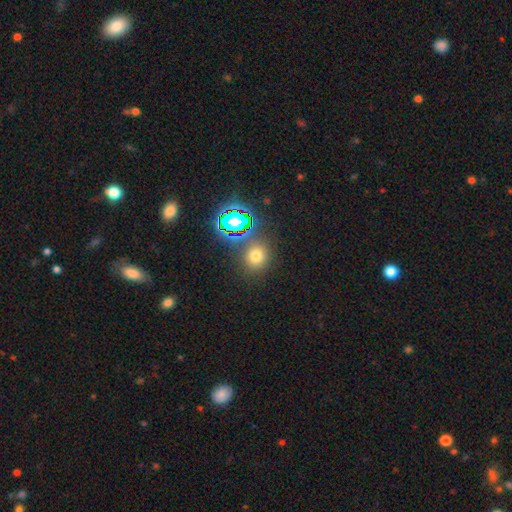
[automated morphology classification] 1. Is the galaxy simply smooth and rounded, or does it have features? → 63% smooth, 29% star or artifact, 8% featured or disk.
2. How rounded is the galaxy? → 83% round, 16% in between, 1% cigar-shaped.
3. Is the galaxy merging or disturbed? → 80% none, 9% minor disturbance, 7% merger, 4% major disturbance.